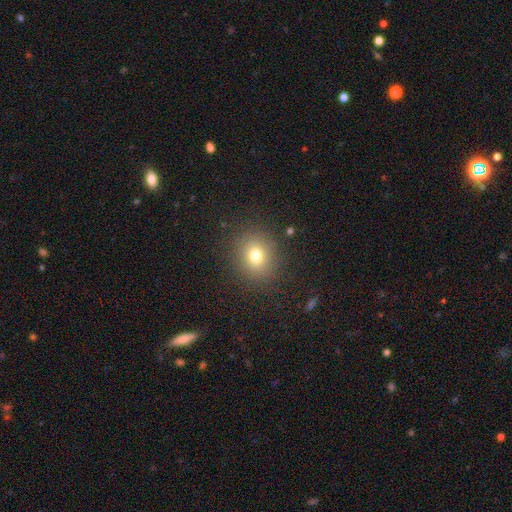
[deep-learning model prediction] This is likely a smooth galaxy (74%). How rounded: likely round (74%). Merging: clearly none (87%).